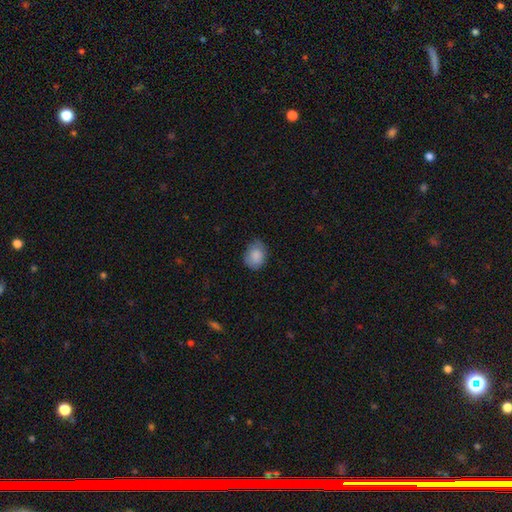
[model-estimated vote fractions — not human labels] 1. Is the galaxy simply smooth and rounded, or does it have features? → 86% smooth, 7% star or artifact, 7% featured or disk.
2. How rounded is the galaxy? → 54% in between, 45% round, 1% cigar-shaped.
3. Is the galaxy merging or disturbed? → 71% none, 24% minor disturbance, 5% major disturbance, 1% merger.